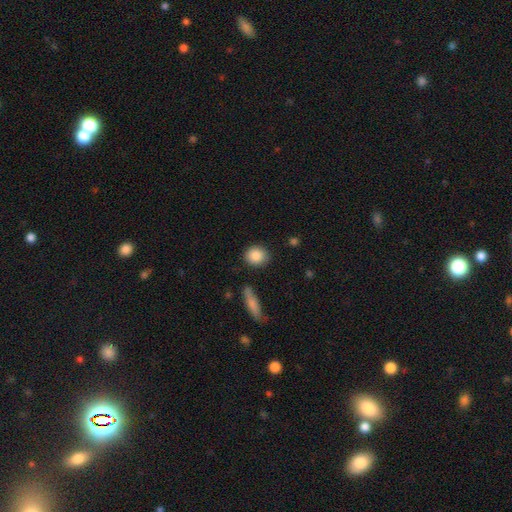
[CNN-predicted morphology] type=smooth (87%); roundness=round (73%); merging=none (84%).